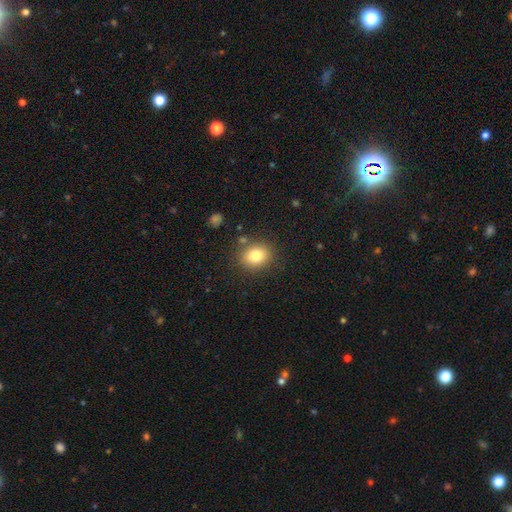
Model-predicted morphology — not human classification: Overall: smooth (81%). How rounded: round (56%; in between 43%). Merging: none (83%).